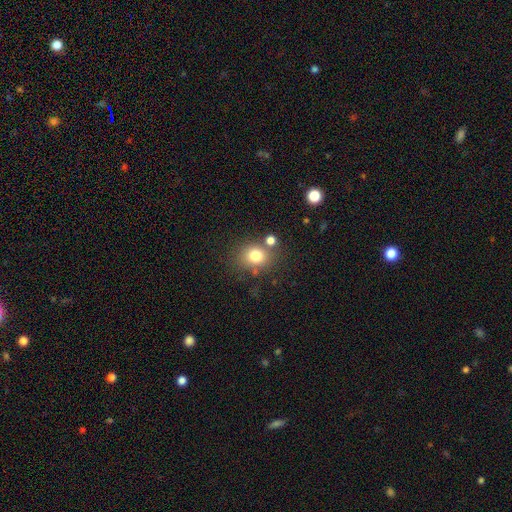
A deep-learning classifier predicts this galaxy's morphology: smooth-or-featured: smooth: 77% | star or artifact: 14% | featured or disk: 10%
  how-rounded: round: 71% | in between: 29% | cigar-shaped: 1%
  merging: none: 70% | merger: 14% | minor disturbance: 12% | major disturbance: 5%